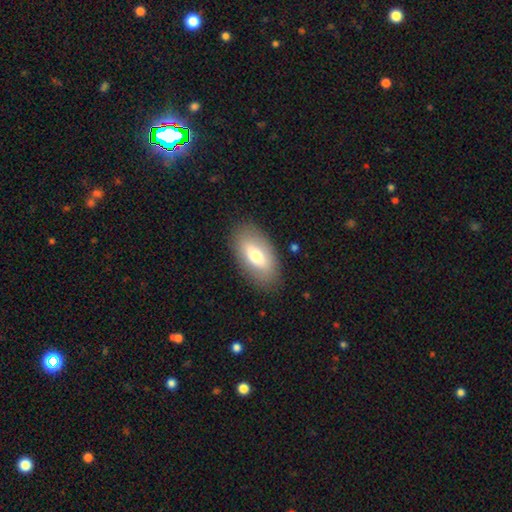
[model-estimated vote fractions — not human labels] Smooth or featured?
  - smooth: 66% *
  - featured or disk: 27%
  - star or artifact: 7%
How rounded?
  - in between: 92% *
  - round: 4%
  - cigar-shaped: 3%
Merging?
  - none: 85% *
  - minor disturbance: 10%
  - major disturbance: 4%
  - merger: 1%